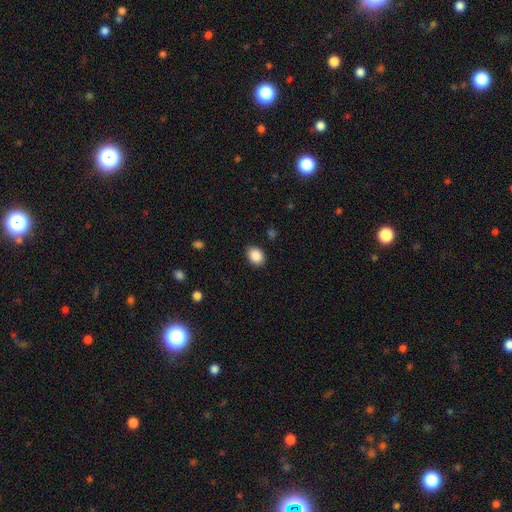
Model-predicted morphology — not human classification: Smooth or featured? smooth (89%)
How rounded? in between (67%)
Merging? none (88%)